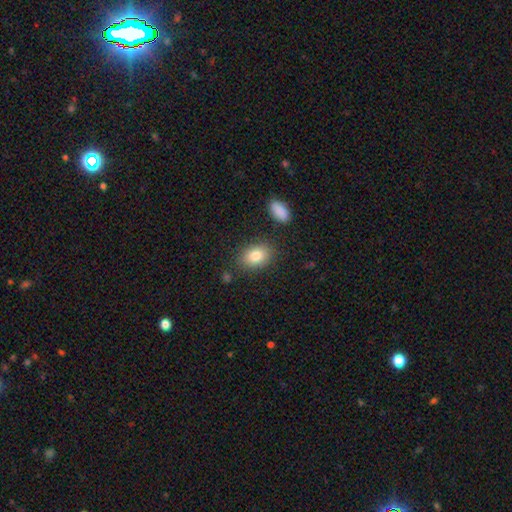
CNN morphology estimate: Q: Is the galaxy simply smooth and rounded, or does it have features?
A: smooth — 84%.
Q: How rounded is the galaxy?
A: in between — 80%.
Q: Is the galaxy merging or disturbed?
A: none — 81%.